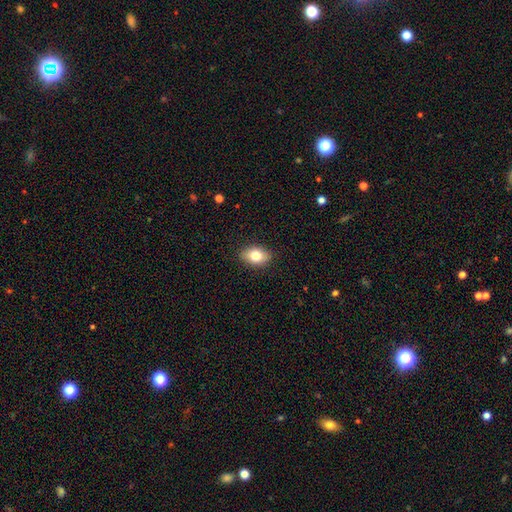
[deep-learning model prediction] Smooth or featured? Predicted: smooth (p=0.79). How rounded? Predicted: in between (p=0.84). Merging? Predicted: none (p=0.88).